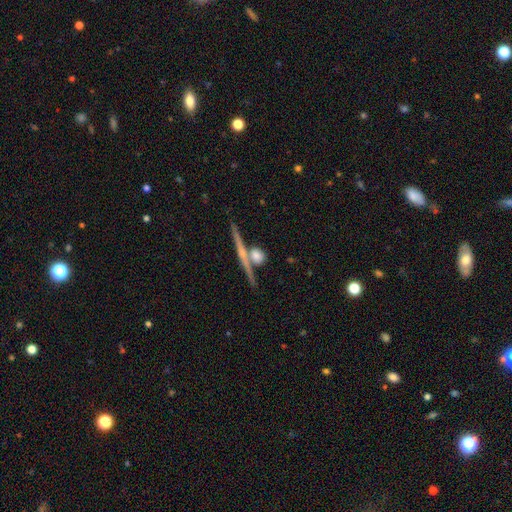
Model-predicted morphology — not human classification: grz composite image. It shows a smooth galaxy with no disk features (50%) that is round (53%). Merging: none (58%).